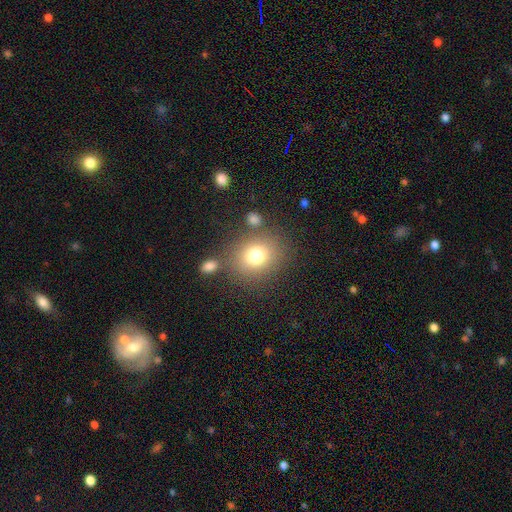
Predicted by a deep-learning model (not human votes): This appears to be a smooth galaxy with no disk features (77%) that is round (73%). Merging: none (75%).